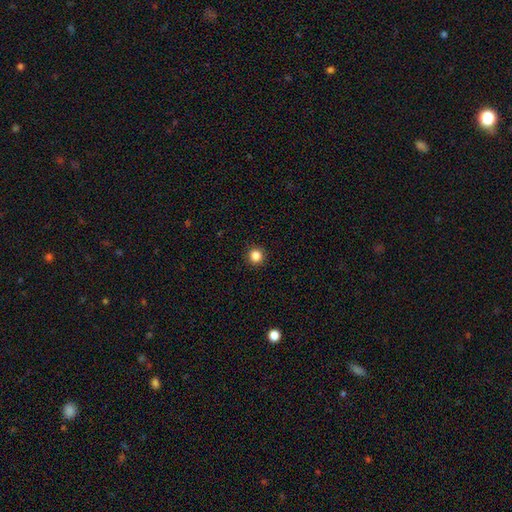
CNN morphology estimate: Overall: smooth (85%). How rounded: round (95%). Merging: none (93%).